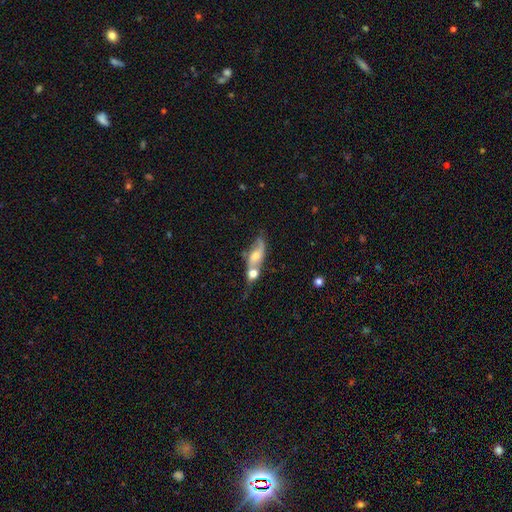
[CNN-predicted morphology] A featured or disk galaxy (55%). Merging: merger (55%).